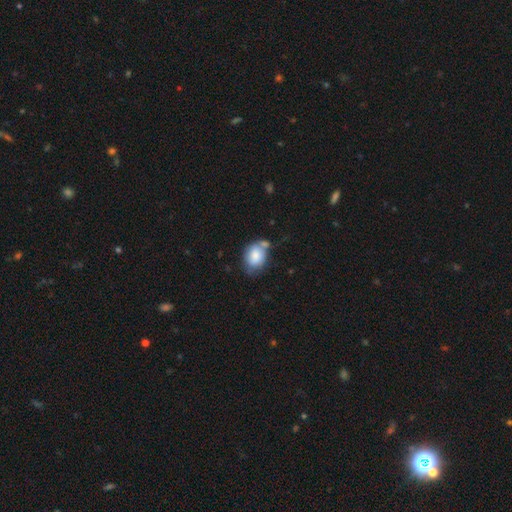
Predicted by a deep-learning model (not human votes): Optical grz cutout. It shows a smooth galaxy with no disk features (80%) that is in between round and cigar-shaped (62%). Merging: none (44%).